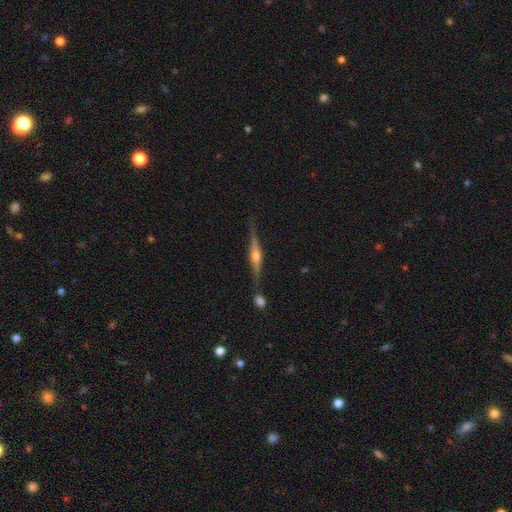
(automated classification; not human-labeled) Smooth or featured? featured or disk (81%)
Edge-on disk? yes (98%)
Edge-on bulge? rounded (88%)
Merging? none (77%)